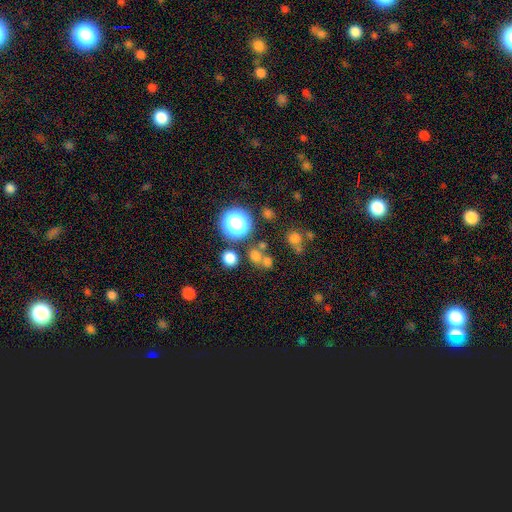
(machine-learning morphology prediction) Smooth or featured: smooth — 65% (star or artifact — 25%)
How rounded: round — 82% (in between — 16%)
Merging: none — 62% (merger — 24%)